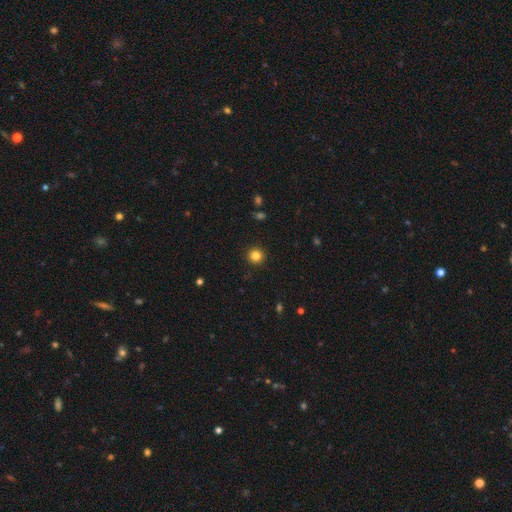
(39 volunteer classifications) Smooth or featured?
  - smooth: 92% *
  - star or artifact: 5%
  - featured or disk: 3%
How rounded?
  - round: 100% *
  - in between: 0%
  - cigar-shaped: 0%
Merging?
  - none: 92% *
  - major disturbance: 5%
  - minor disturbance: 3%
  - merger: 0%